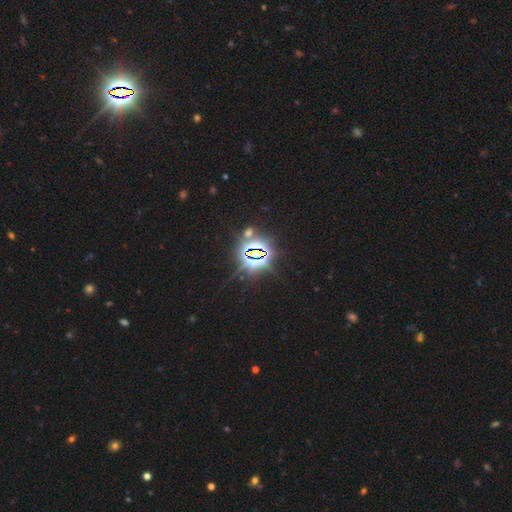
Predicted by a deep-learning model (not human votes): Morphology: type=star or artifact (84%).